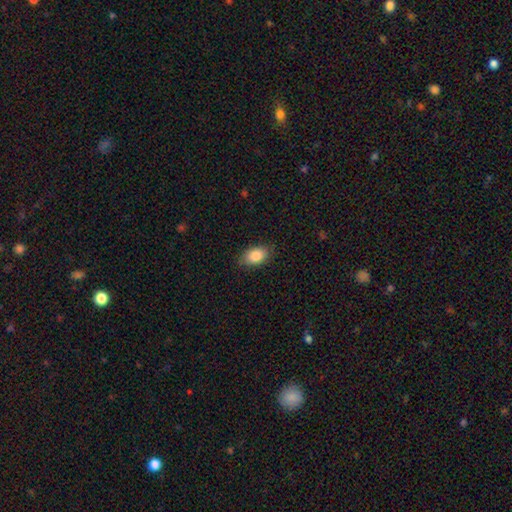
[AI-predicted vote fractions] This is clearly a smooth galaxy (86%). How rounded: clearly in between (90%). Merging: clearly none (85%).